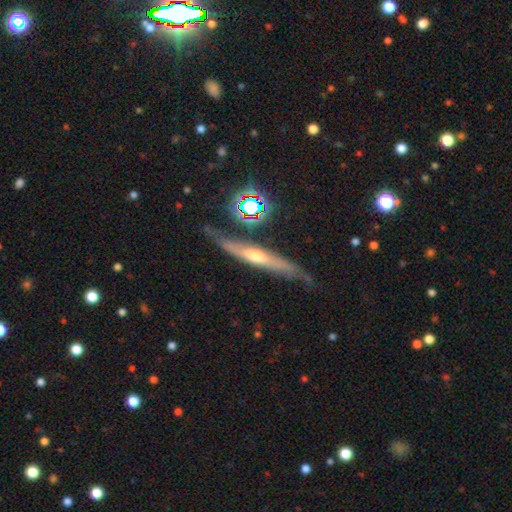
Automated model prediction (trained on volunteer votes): Smooth or featured? featured or disk (66%)
Edge-on disk? yes (82%)
Edge-on bulge? rounded (67%)
Merging? none (71%)